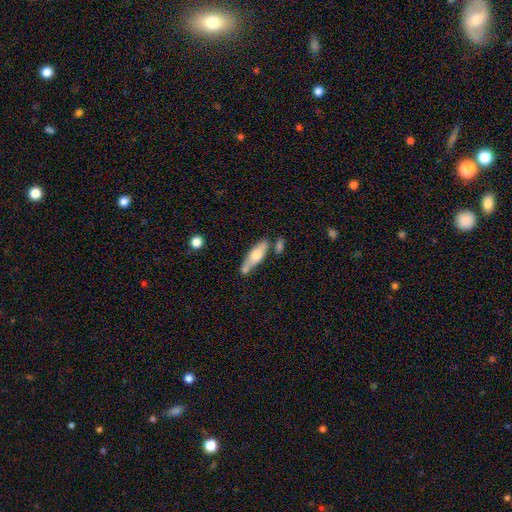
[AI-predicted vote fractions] Smooth or featured? Predicted: smooth (p=0.55). How rounded? Predicted: cigar-shaped (p=0.53). Merging? Predicted: none (p=0.61).